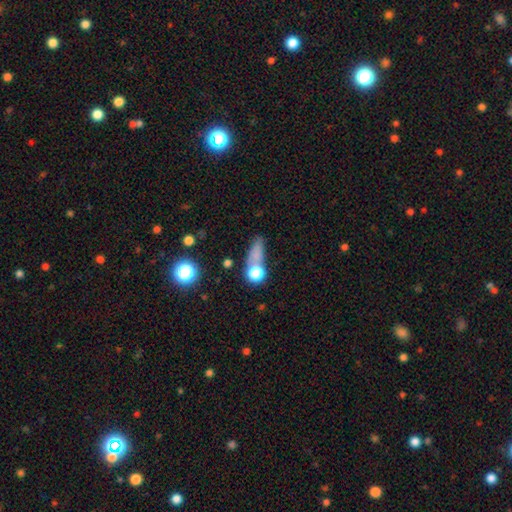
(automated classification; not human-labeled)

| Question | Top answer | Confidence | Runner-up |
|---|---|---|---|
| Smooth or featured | smooth | 67% | star or artifact (20%) |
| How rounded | in between | 36% | cigar-shaped (35%) |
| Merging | none | 53% | merger (18%) |